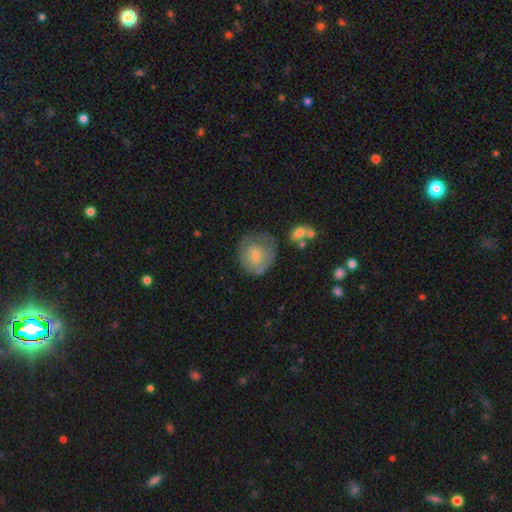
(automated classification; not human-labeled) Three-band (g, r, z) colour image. It shows a smooth galaxy with no disk features (48%). Merging: none (58%).